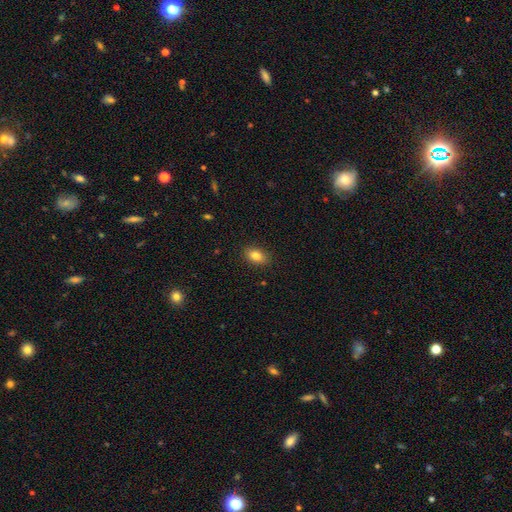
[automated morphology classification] The model was most divided on "smooth or featured": smooth: 84%, star or artifact: 9%, featured or disk: 7%. More confident: merging — none (88%); how rounded — in between (87%).